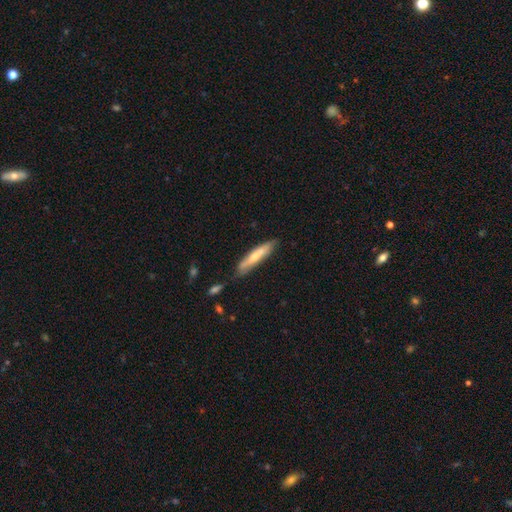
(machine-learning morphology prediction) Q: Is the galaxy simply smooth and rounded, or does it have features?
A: smooth — 57%.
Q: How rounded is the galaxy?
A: cigar-shaped — 87%.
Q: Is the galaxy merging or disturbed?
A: none — 75%.